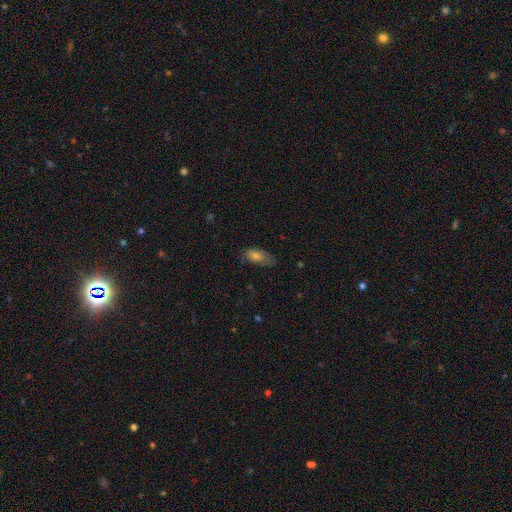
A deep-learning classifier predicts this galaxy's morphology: Smooth or featured: smooth — 67% (featured or disk — 22%)
How rounded: in between — 84% (cigar-shaped — 11%)
Merging: none — 61% (minor disturbance — 28%)